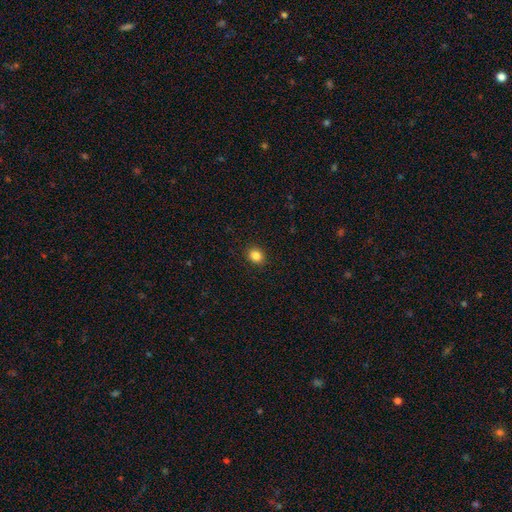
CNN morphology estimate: Smooth or featured? Predicted: smooth (p=0.85). How rounded? Predicted: round (p=0.66). Merging? Predicted: none (p=0.91).